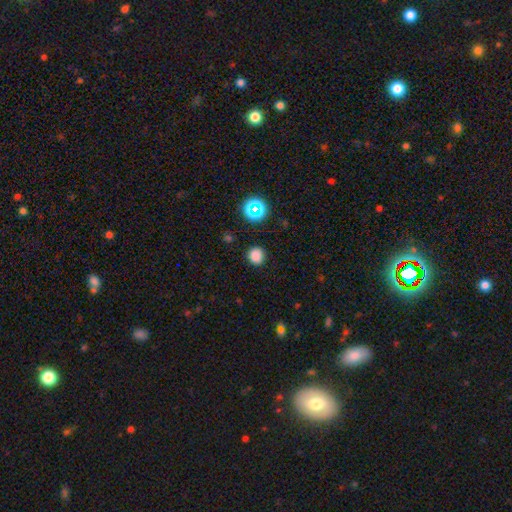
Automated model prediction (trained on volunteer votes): The model was most divided on "smooth or featured": smooth: 80%, star or artifact: 16%, featured or disk: 4%. More confident: how rounded — round (89%); merging — none (89%).